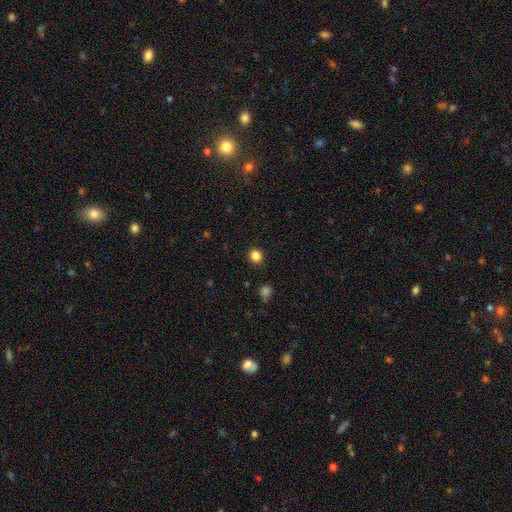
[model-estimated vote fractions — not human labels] A smooth galaxy with no disk features (85%) that is round (83%). Merging: none (91%).